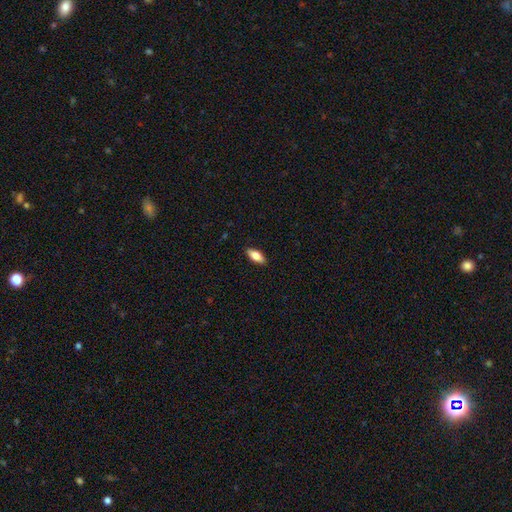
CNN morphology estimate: Smooth or featured?
  - smooth: 77% *
  - featured or disk: 17%
  - star or artifact: 6%
How rounded?
  - in between: 82% *
  - cigar-shaped: 16%
  - round: 2%
Merging?
  - none: 89% *
  - minor disturbance: 8%
  - major disturbance: 2%
  - merger: 1%